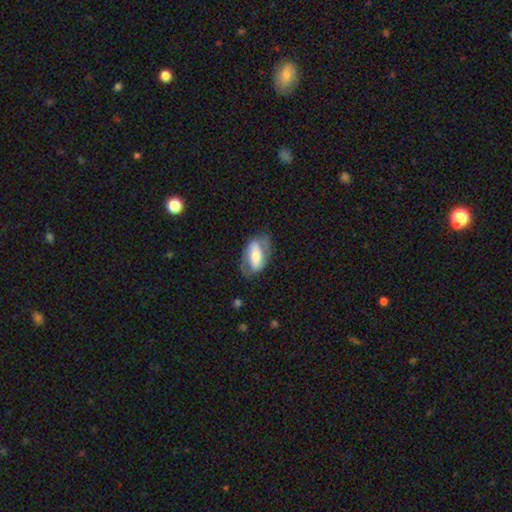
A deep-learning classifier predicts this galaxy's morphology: smooth_or_featured: featured or disk (p=0.55) [alt: smooth p=0.39]
disk_edge_on: no (p=0.87) [alt: yes p=0.13]
merging: none (p=0.65) [alt: minor disturbance p=0.23]